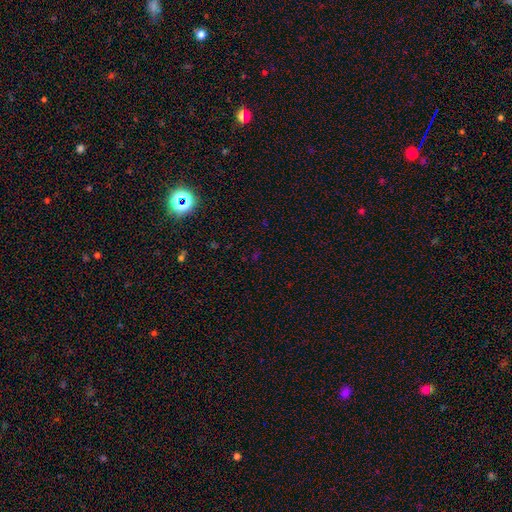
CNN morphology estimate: Q: Smooth or featured?
A: star or artifact (62%); runner-up: smooth (30%)